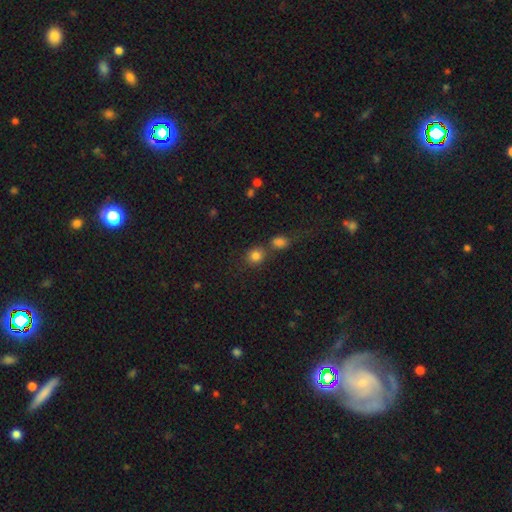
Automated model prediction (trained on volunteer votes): Overall: smooth (83%). How rounded: round (76%). Merging: none (59%; merger 25%).